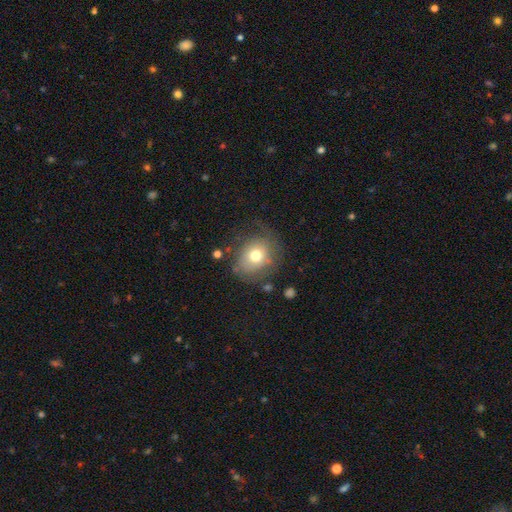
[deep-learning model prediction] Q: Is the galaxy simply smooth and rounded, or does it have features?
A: smooth — 69%.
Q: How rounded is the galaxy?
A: round — 66%.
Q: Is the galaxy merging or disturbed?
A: none — 66%.